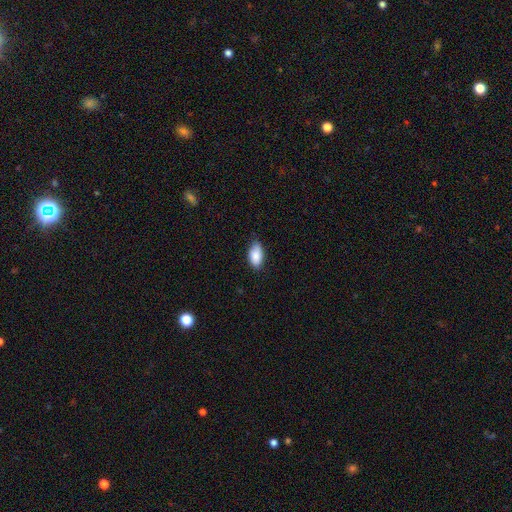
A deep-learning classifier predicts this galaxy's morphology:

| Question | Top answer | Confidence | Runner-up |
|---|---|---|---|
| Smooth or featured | smooth | 88% | star or artifact (7%) |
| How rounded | in between | 93% | round (3%) |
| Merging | none | 73% | minor disturbance (23%) |